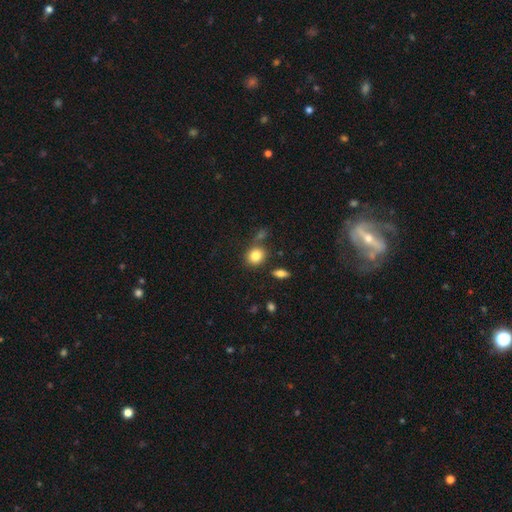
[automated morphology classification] The model was most divided on "how rounded": round: 72%, in between: 27%, cigar-shaped: 1%. More confident: smooth or featured — smooth (83%); merging — none (70%).